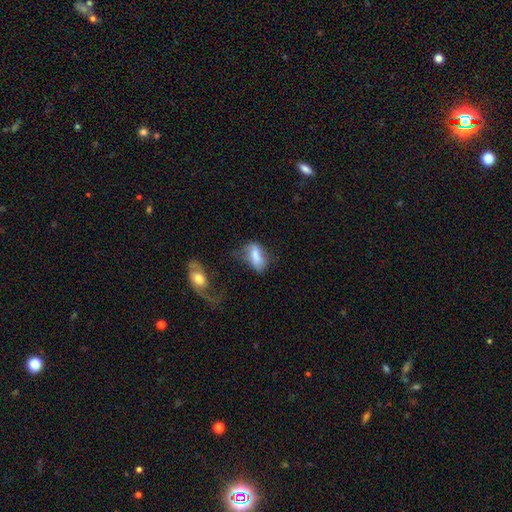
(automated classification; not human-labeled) The model was most divided on "merging": none: 34%, minor disturbance: 26%, major disturbance: 25%, merger: 16%. More confident: how rounded — in between (85%); smooth or featured — smooth (67%).